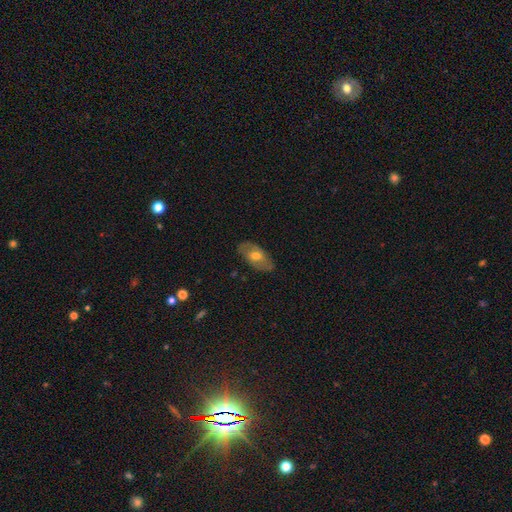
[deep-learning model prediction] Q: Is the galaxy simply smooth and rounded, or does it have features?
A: featured or disk — 47%.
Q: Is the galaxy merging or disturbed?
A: none — 81%.